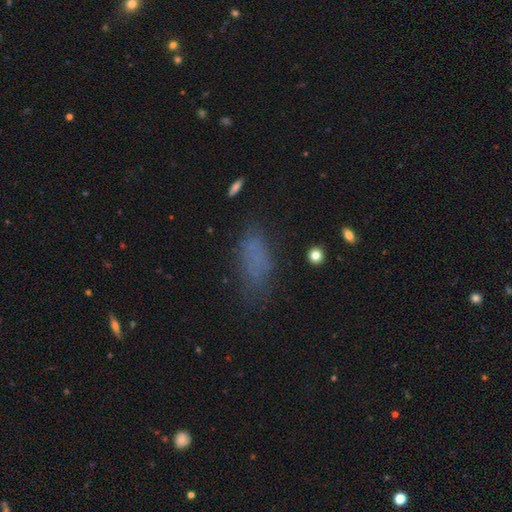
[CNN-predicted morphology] smooth 68%, star or artifact 16%, featured or disk 16%. Down the decision tree: how rounded — in between (79%); merging — none (57%).